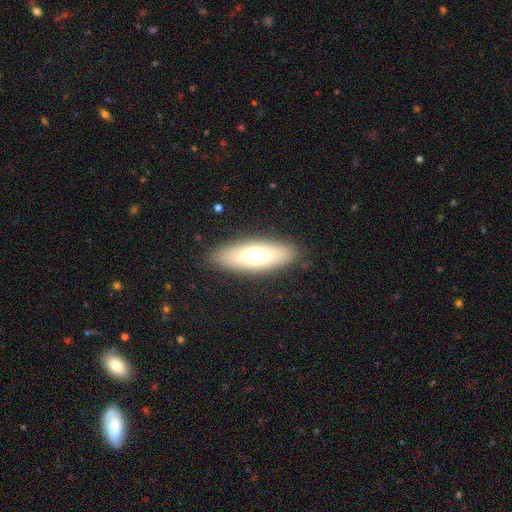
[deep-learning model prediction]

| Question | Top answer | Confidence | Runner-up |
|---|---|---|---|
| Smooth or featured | smooth | 67% | featured or disk (27%) |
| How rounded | in between | 58% | cigar-shaped (40%) |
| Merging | none | 87% | minor disturbance (9%) |